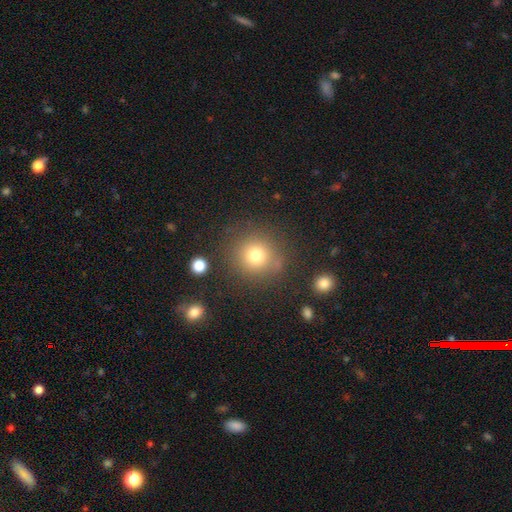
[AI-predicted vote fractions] A smooth galaxy with no disk features (77%) that is round (90%). Merging: none (81%).